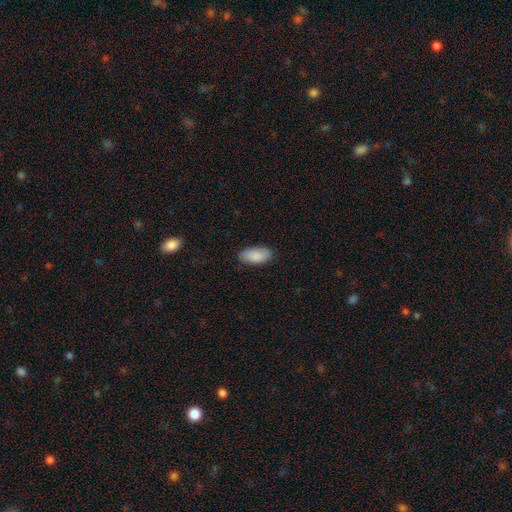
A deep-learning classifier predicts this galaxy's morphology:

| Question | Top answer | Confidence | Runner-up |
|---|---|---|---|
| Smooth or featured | smooth | 89% | star or artifact (6%) |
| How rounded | in between | 94% | cigar-shaped (4%) |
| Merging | none | 85% | minor disturbance (12%) |